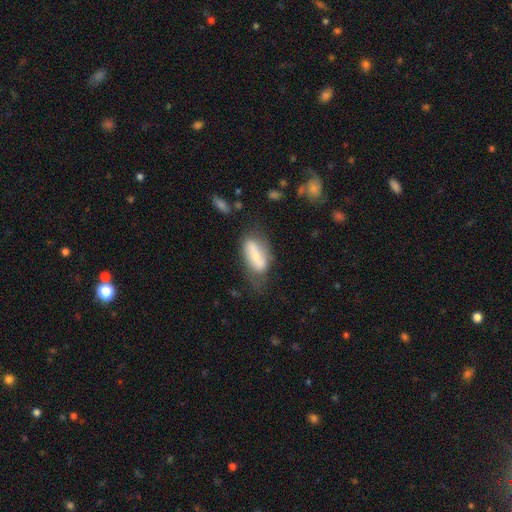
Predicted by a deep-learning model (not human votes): A smooth galaxy with no disk features (48%). Merging: none (53%).